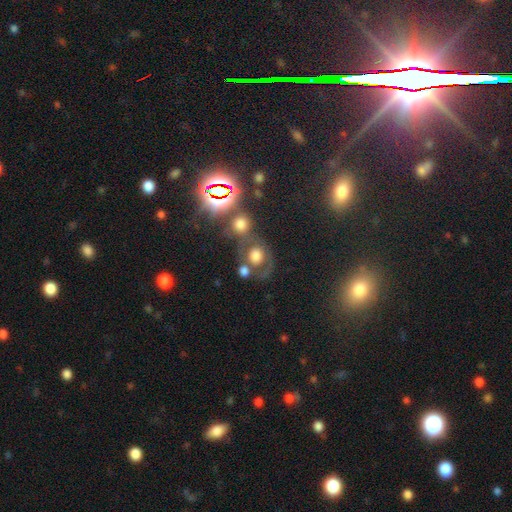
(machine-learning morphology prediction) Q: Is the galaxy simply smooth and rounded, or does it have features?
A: smooth — 54%.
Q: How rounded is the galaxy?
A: round — 71%.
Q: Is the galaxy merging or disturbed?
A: none — 45%.